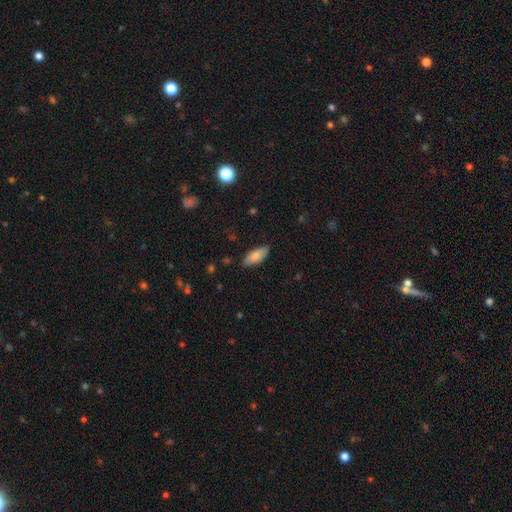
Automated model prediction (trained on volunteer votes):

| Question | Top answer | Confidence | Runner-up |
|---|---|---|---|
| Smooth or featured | smooth | 80% | featured or disk (13%) |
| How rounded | in between | 84% | cigar-shaped (14%) |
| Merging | none | 82% | minor disturbance (15%) |